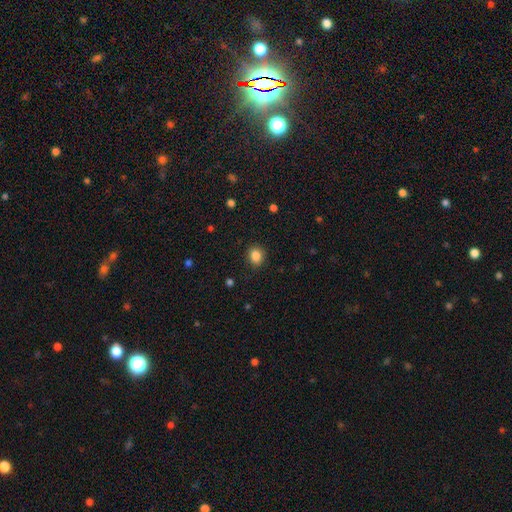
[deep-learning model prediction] A smooth galaxy with no disk features (86%) that is round (61%). Merging: none (86%).